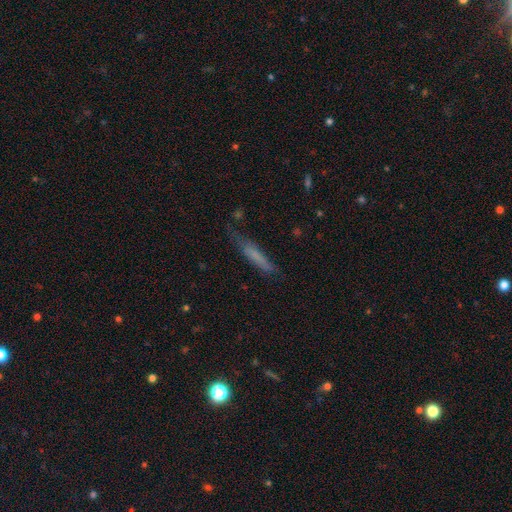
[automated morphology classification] smooth 65%, featured or disk 26%, star or artifact 9%. Down the decision tree: how rounded — cigar-shaped (91%); merging — none (60%).